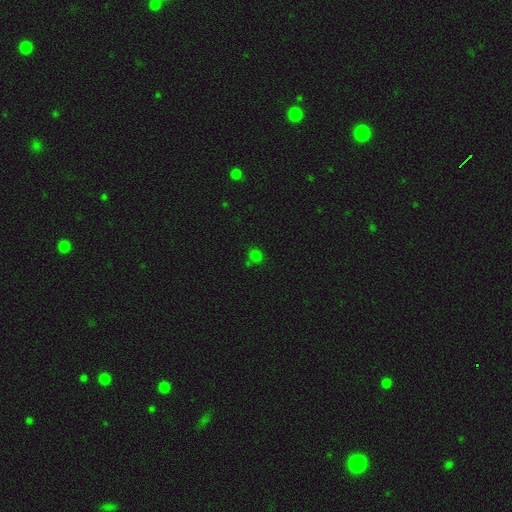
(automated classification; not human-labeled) Overall: smooth (71%). How rounded: round (81%). Merging: none (75%).